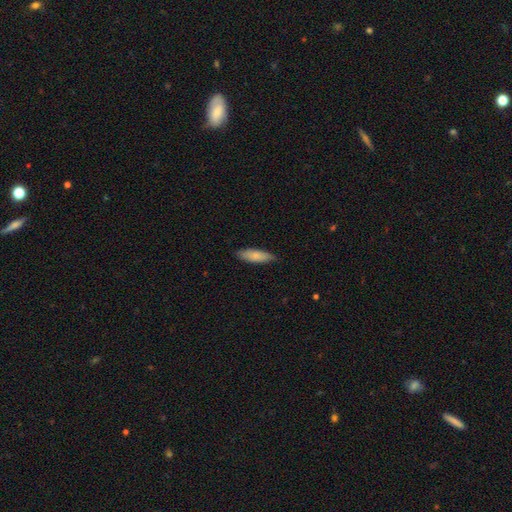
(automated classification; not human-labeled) The model was most divided on "how rounded": in between: 53%, cigar-shaped: 46%, round: 2%. More confident: merging — none (81%); smooth or featured — smooth (76%).